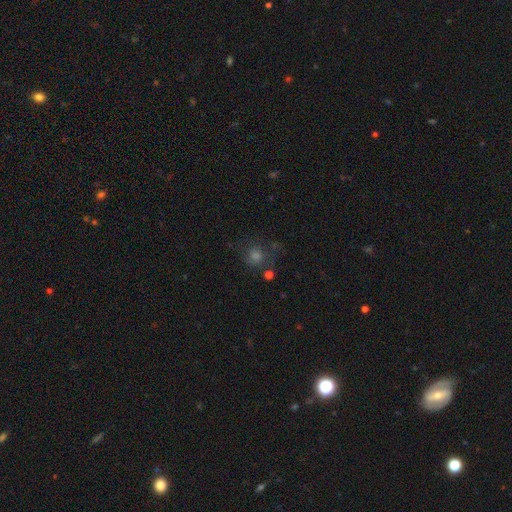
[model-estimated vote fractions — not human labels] Q: Smooth or featured?
A: smooth (52%); runner-up: star or artifact (31%)
Q: How rounded?
A: round (87%); runner-up: in between (12%)
Q: Merging?
A: none (67%); runner-up: minor disturbance (15%)